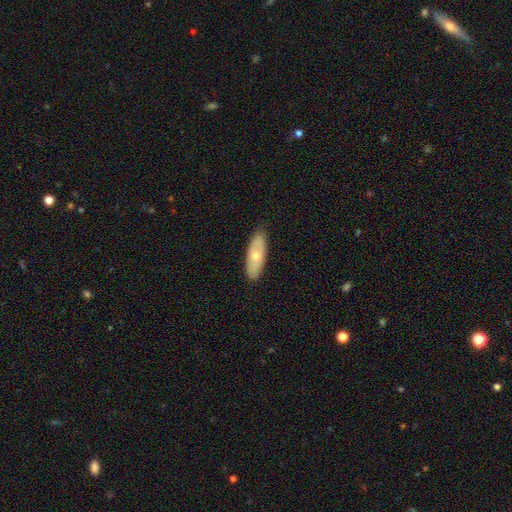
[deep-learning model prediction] Smooth or featured? Predicted: smooth (p=0.56). How rounded? Predicted: in between (p=0.64). Merging? Predicted: none (p=0.88).